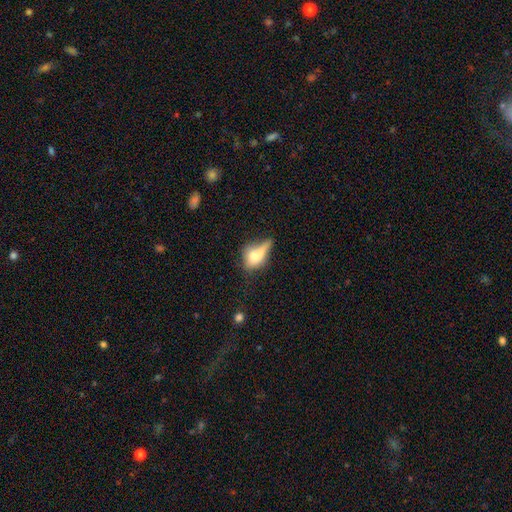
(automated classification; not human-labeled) Overall: smooth (63%; featured or disk 27%). How rounded: in between (62%; round 26%). Merging: merger (32%; none 29%).